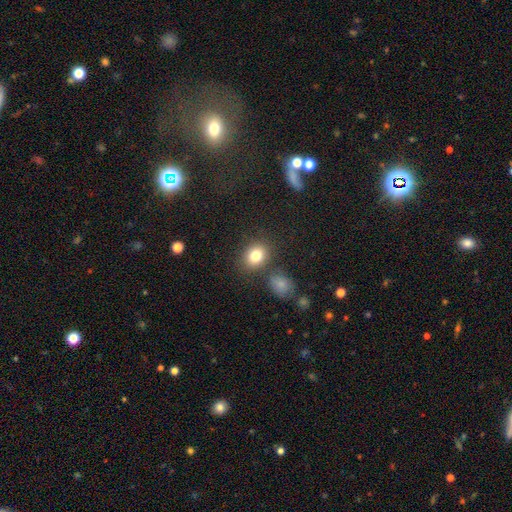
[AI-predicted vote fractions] This appears to be a smooth galaxy with no disk features (82%) that is round (52%). Merging: none (77%).